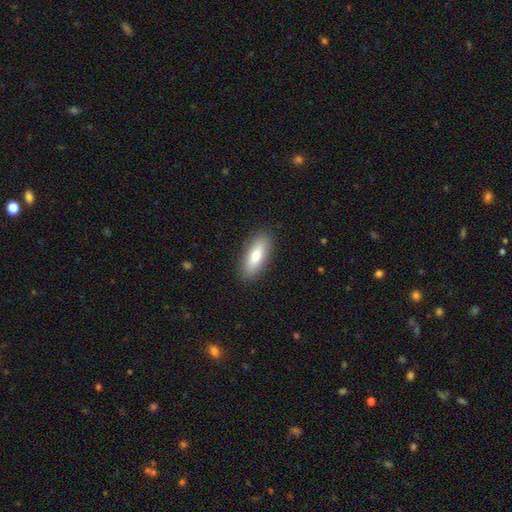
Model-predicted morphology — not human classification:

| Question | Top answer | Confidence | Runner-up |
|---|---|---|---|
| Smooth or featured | smooth | 79% | featured or disk (14%) |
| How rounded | in between | 68% | cigar-shaped (30%) |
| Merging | none | 89% | minor disturbance (8%) |